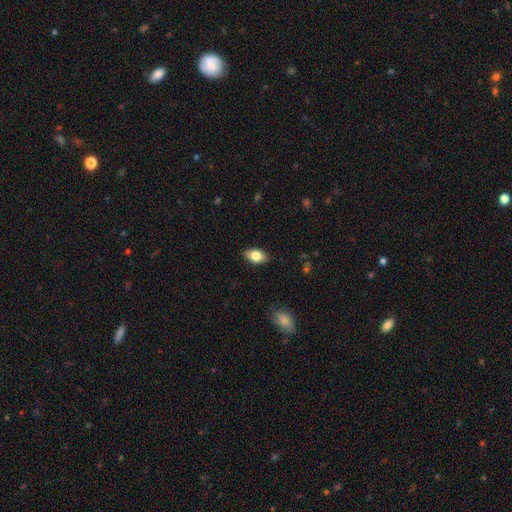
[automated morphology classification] Overall: smooth (76%). How rounded: in between (88%). Merging: none (86%).